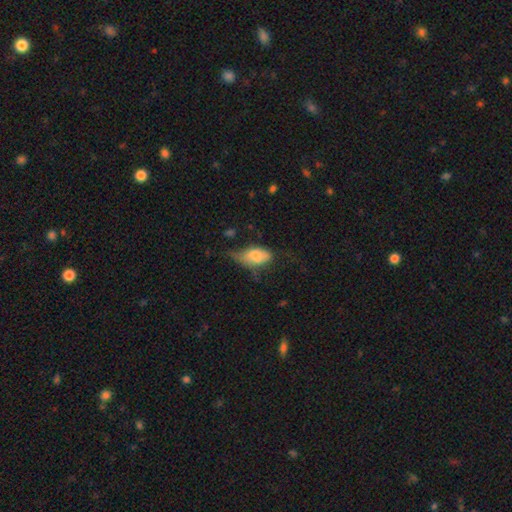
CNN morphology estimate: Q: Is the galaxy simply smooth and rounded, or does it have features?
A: smooth — 68%.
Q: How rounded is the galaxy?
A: in between — 89%.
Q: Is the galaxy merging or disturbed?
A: minor disturbance — 38%.